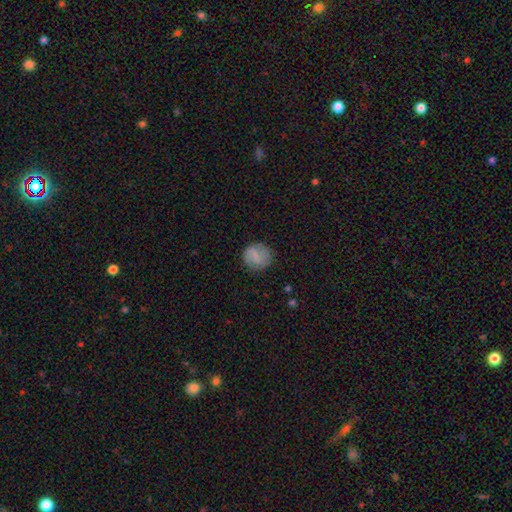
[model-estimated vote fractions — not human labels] Smooth or featured? Predicted: smooth (p=0.66). How rounded? Predicted: round (p=0.87). Merging? Predicted: none (p=0.82).